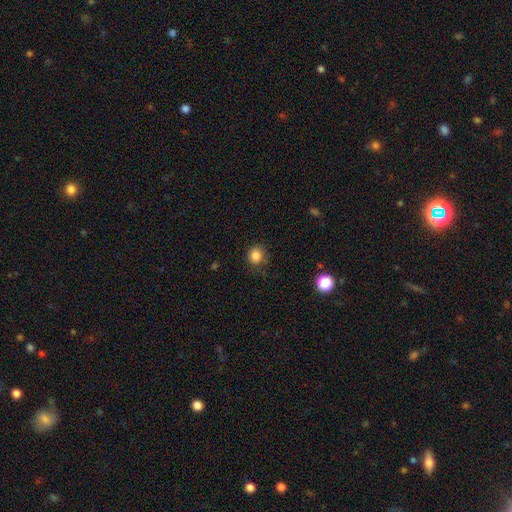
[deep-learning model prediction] Q: Smooth or featured?
A: smooth (85%); runner-up: star or artifact (11%)
Q: How rounded?
A: round (87%); runner-up: in between (12%)
Q: Merging?
A: none (81%); runner-up: minor disturbance (14%)